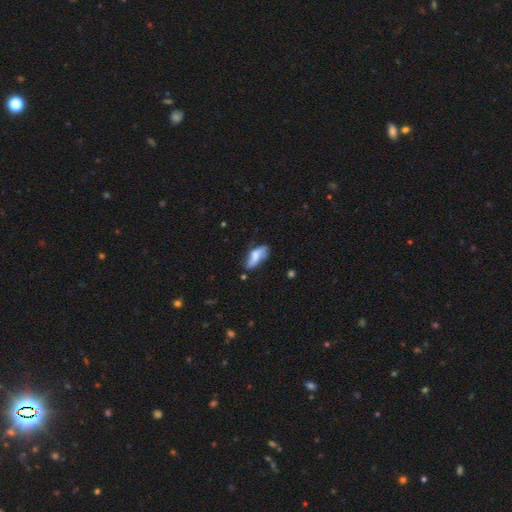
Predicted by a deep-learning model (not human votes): smooth_or_featured: smooth (p=0.50) [alt: featured or disk p=0.42]
merging: none (p=0.48) [alt: minor disturbance p=0.29]